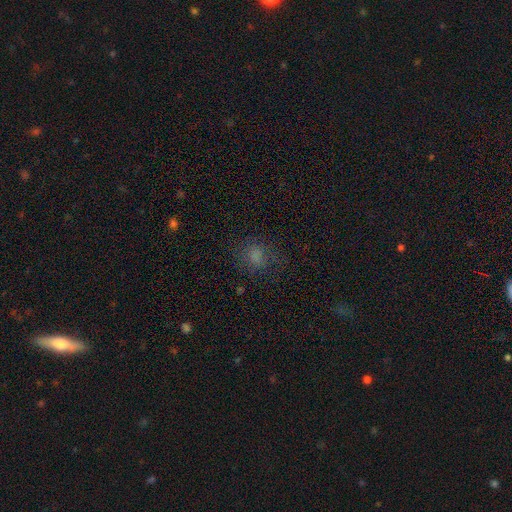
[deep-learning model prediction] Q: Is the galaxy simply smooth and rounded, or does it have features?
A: smooth — 63%.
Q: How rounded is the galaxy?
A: round — 70%.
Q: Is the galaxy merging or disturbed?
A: none — 71%.